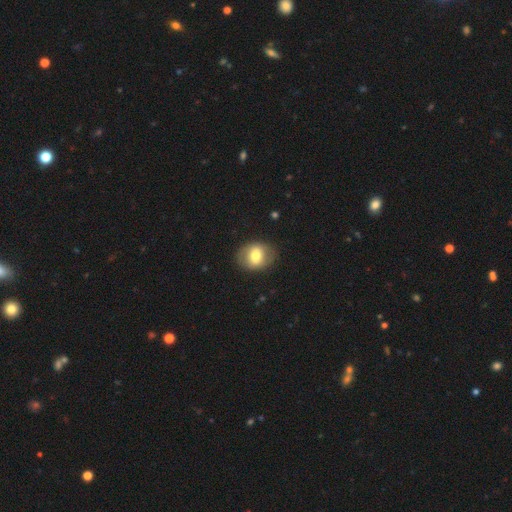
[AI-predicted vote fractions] Smooth or featured: smooth — 64% (featured or disk — 28%)
How rounded: in between — 52% (round — 46%)
Merging: none — 82% (minor disturbance — 12%)